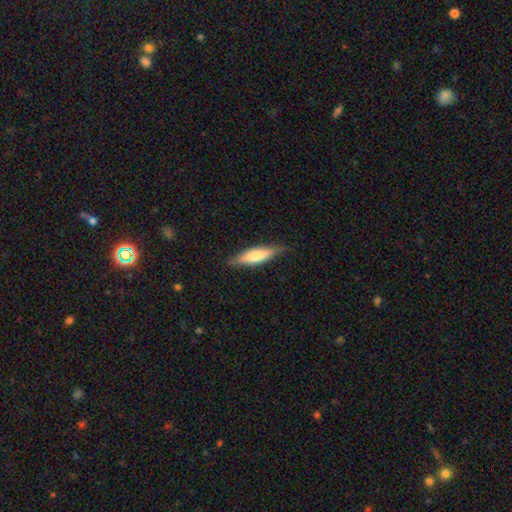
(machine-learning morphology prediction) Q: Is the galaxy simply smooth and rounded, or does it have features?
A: smooth — 59%.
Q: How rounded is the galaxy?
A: cigar-shaped — 71%.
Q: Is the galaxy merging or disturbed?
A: none — 84%.